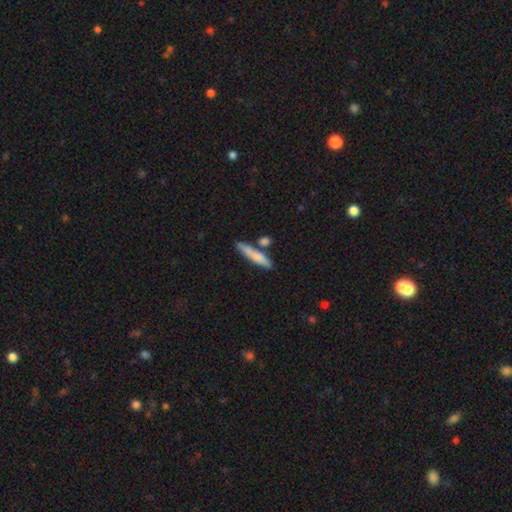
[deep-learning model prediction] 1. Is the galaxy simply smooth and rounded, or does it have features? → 76% smooth, 17% featured or disk, 6% star or artifact.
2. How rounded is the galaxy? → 86% cigar-shaped, 11% in between, 2% round.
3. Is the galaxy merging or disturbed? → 70% none, 14% minor disturbance, 13% merger, 4% major disturbance.